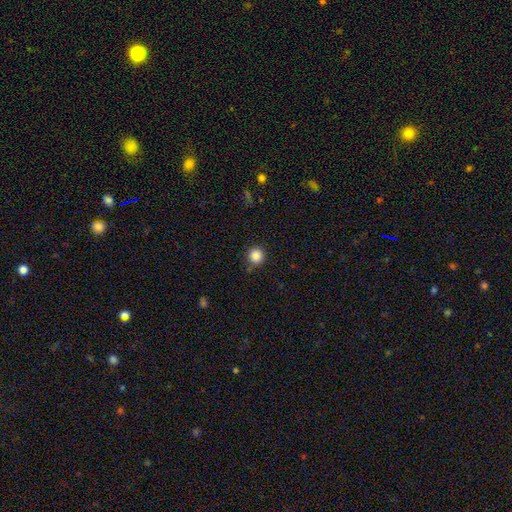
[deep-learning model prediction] The model was most divided on "smooth or featured": smooth: 86%, star or artifact: 11%, featured or disk: 3%. More confident: how rounded — round (93%); merging — none (86%).